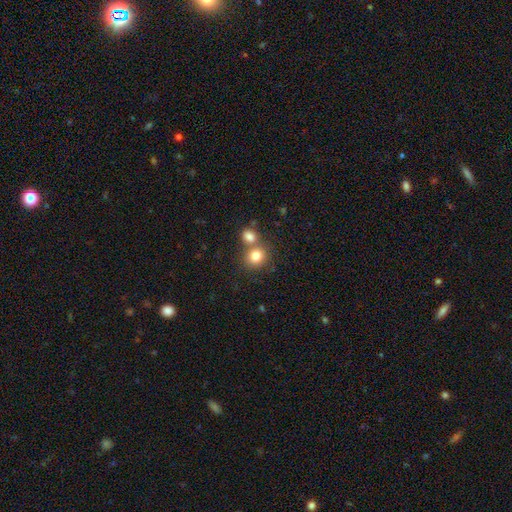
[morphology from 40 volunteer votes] type=smooth (75%); roundness=round (73%); merging=merger (54%).